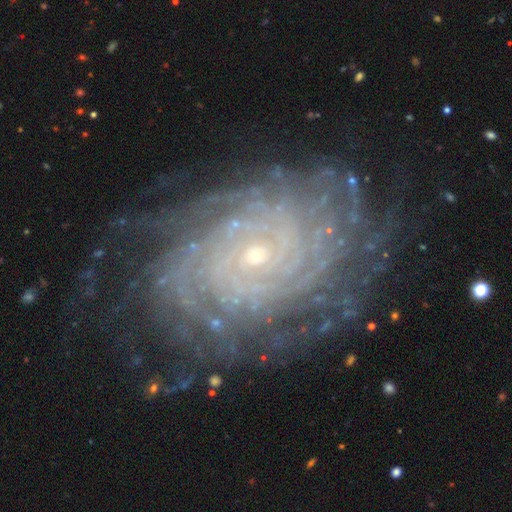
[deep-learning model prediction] A featured or disk galaxy (88%) with no bar (74%), more than 4 (35%) tight (85%) spiral arms (97%) and a small central bulge (85%). Merging: none (78%).